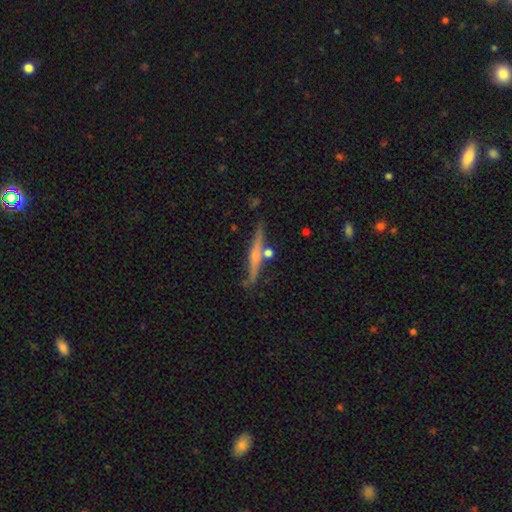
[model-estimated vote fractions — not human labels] This appears to be a featured or disk galaxy (63%) viewed edge-on (96%) with a rounded central bulge (63%). Merging: none (77%).